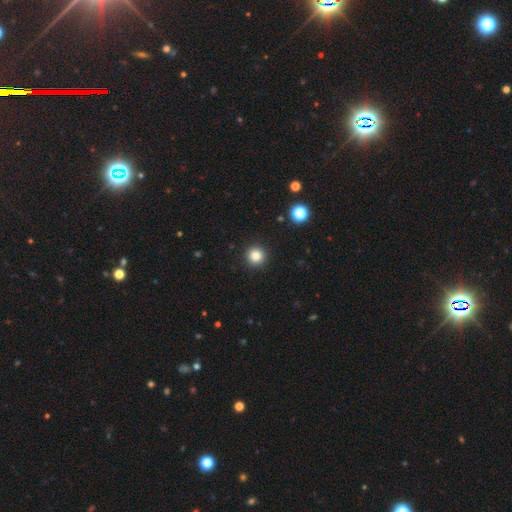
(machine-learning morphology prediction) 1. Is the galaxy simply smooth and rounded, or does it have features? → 83% smooth, 12% star or artifact, 5% featured or disk.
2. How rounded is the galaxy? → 96% round, 4% in between, 1% cigar-shaped.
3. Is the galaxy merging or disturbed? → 93% none, 5% minor disturbance, 2% major disturbance, 1% merger.